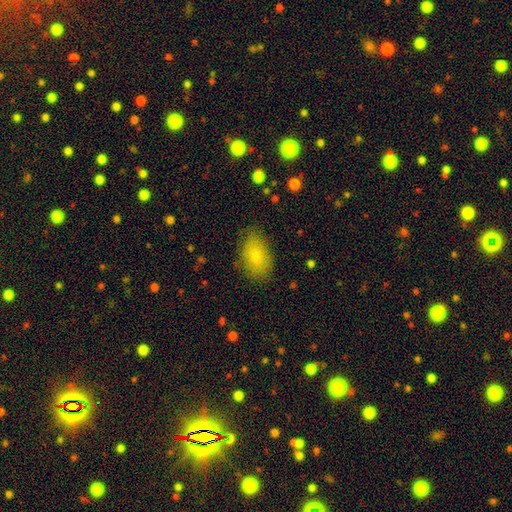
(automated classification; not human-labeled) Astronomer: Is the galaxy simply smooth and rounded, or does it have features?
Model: smooth — 78%.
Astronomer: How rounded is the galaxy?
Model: in between — 88%.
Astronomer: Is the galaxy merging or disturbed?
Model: none — 79%.